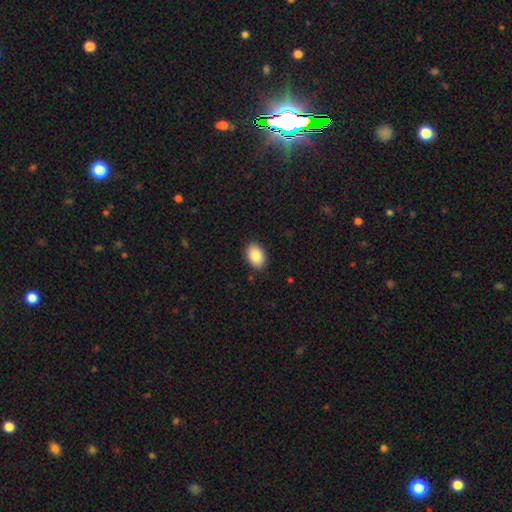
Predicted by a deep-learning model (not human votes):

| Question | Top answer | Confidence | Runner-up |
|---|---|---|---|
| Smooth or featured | smooth | 89% | star or artifact (7%) |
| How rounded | in between | 87% | round (12%) |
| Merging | none | 89% | minor disturbance (8%) |